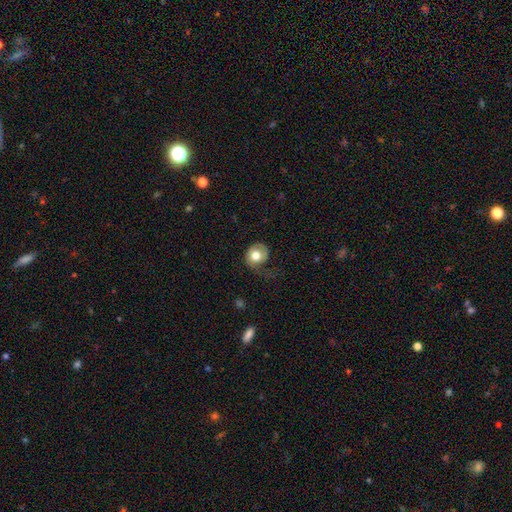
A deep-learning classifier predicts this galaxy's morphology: smooth-or-featured: smooth: 67% | featured or disk: 26% | star or artifact: 7%
  how-rounded: round: 76% | in between: 23% | cigar-shaped: 1%
  merging: none: 36% | major disturbance: 34% | minor disturbance: 28% | merger: 2%